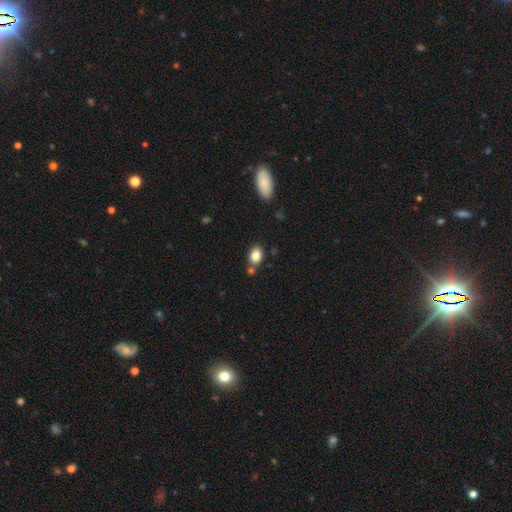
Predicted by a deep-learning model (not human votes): Q: Smooth or featured?
A: smooth (84%); runner-up: star or artifact (9%)
Q: How rounded?
A: in between (73%); runner-up: round (25%)
Q: Merging?
A: none (72%); runner-up: merger (13%)